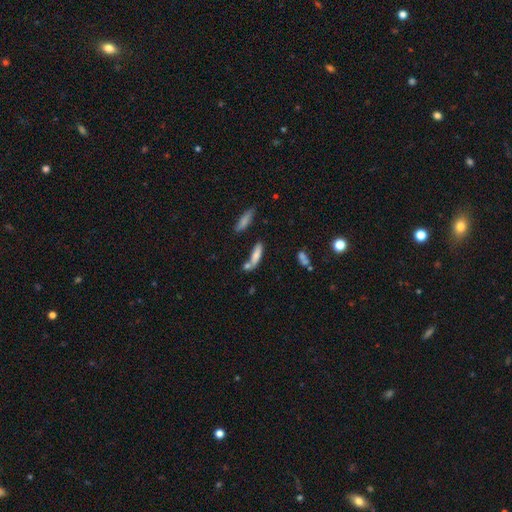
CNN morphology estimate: Smooth or featured? smooth (73%)
How rounded? cigar-shaped (57%)
Merging? none (49%)